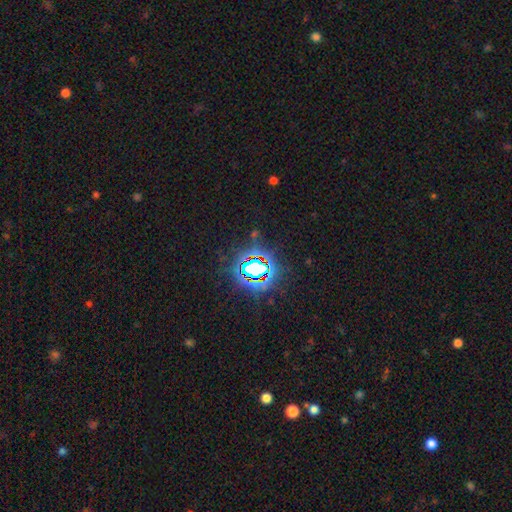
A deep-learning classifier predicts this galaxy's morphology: Q: Smooth or featured?
A: star or artifact (80%); runner-up: smooth (12%)